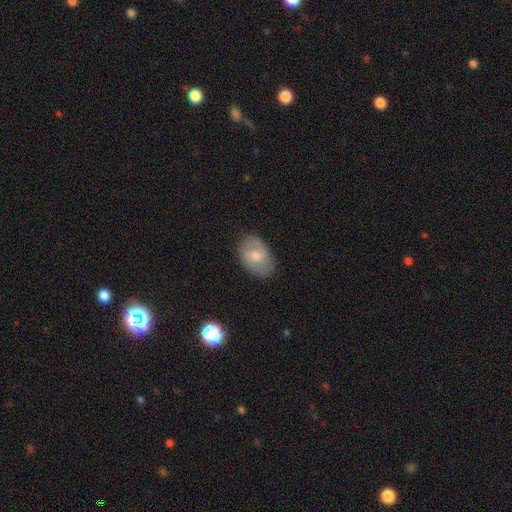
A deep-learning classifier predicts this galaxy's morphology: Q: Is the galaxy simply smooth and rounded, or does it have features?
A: smooth — 56%.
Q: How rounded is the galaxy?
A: in between — 83%.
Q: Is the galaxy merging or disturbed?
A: none — 79%.